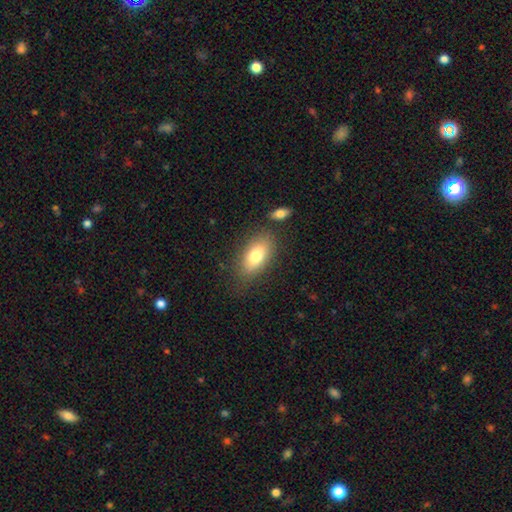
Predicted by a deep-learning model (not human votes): smooth_or_featured: smooth (p=0.77) [alt: featured or disk p=0.15]
how_rounded: in between (p=0.89) [alt: cigar-shaped p=0.06]
merging: none (p=0.77) [alt: minor disturbance p=0.14]